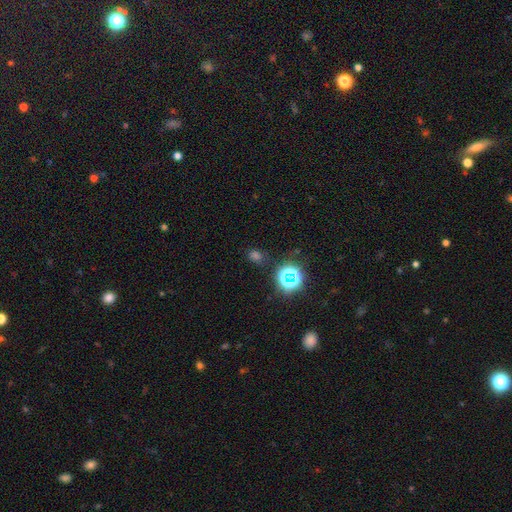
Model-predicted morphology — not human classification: This appears to be a smooth galaxy with no disk features (50%). Merging: none (82%).